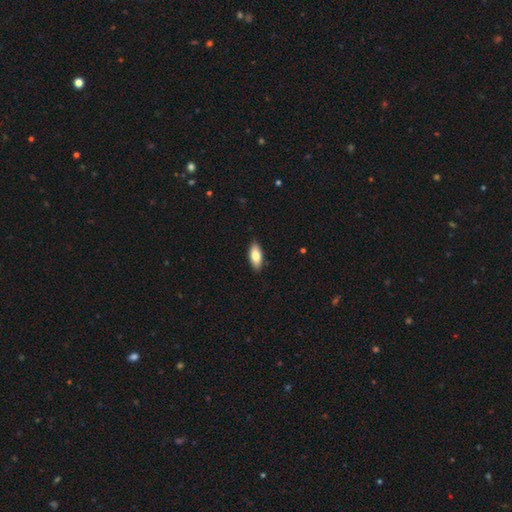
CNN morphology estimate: This is clearly a smooth galaxy (80%). How rounded: clearly in between (85%). Merging: clearly none (88%).